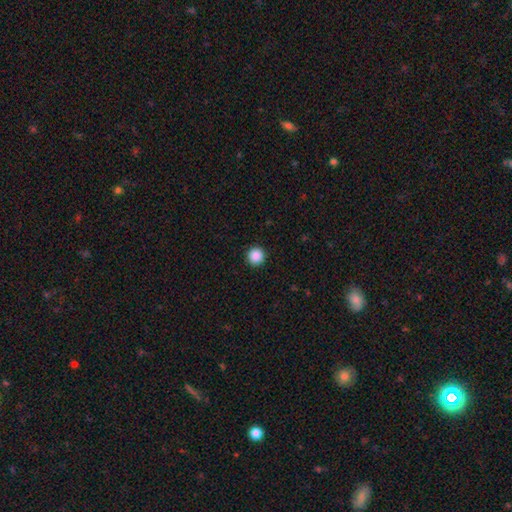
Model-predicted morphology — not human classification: This is clearly a smooth galaxy (88%). How rounded: clearly round (96%). Merging: clearly none (93%).